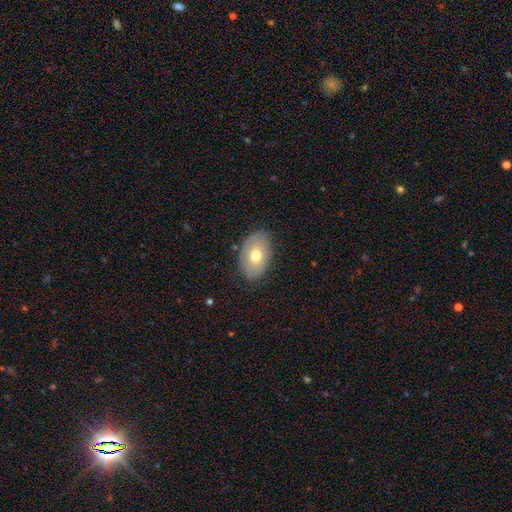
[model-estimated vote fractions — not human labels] smooth_or_featured: smooth (p=0.64) [alt: featured or disk p=0.29]
how_rounded: in between (p=0.89) [alt: round p=0.10]
merging: none (p=0.81) [alt: minor disturbance p=0.15]